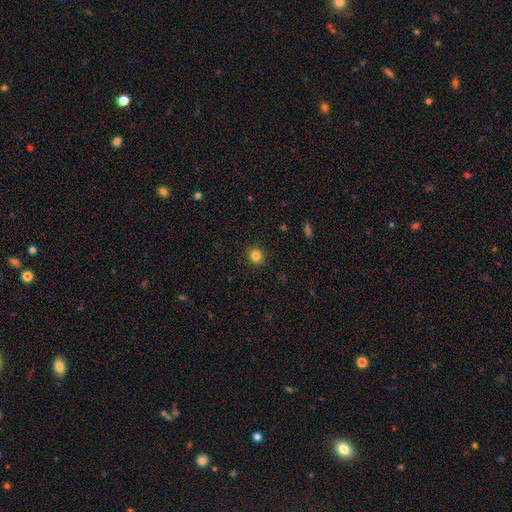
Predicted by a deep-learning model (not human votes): The model was most divided on "smooth or featured": smooth: 83%, star or artifact: 12%, featured or disk: 5%. More confident: merging — none (91%); how rounded — round (90%).